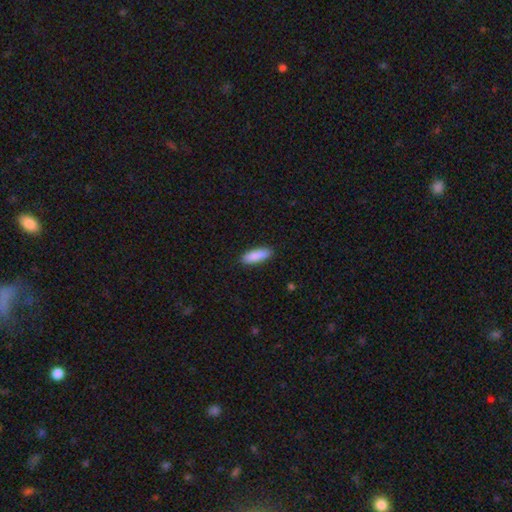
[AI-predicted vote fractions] A smooth galaxy with no disk features (89%) that is in between round and cigar-shaped (59%).

Vote fractions:
- Smooth or featured? smooth: 89% / star or artifact: 6% / featured or disk: 5%
- How rounded? in between: 59% / cigar-shaped: 40% / round: 2%
- Merging? none: 88% / minor disturbance: 9% / major disturbance: 2% / merger: 1%